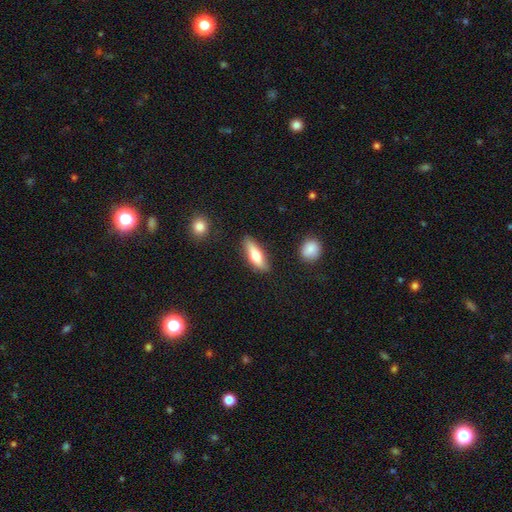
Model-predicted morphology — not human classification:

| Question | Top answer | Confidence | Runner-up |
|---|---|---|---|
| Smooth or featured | smooth | 65% | featured or disk (29%) |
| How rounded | in between | 50% | cigar-shaped (47%) |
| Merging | none | 83% | minor disturbance (12%) |